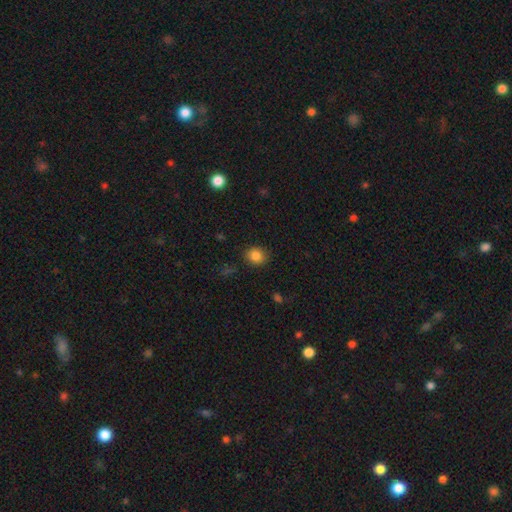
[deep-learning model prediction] This appears to be a smooth galaxy with no disk features (85%) that is round (75%). Merging: none (87%).